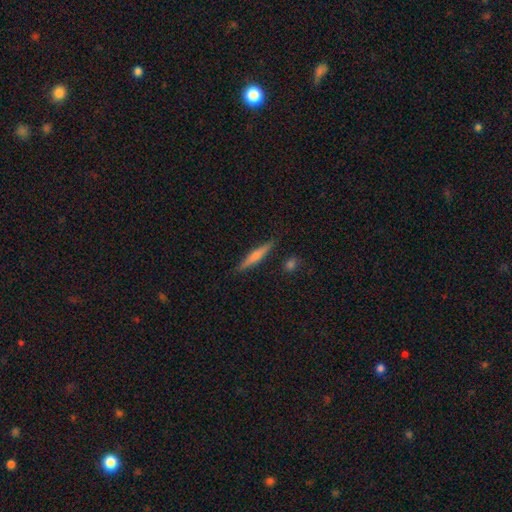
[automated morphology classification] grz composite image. It shows a smooth galaxy with no disk features (53%) that is cigar-shaped (92%). Merging: none (88%).